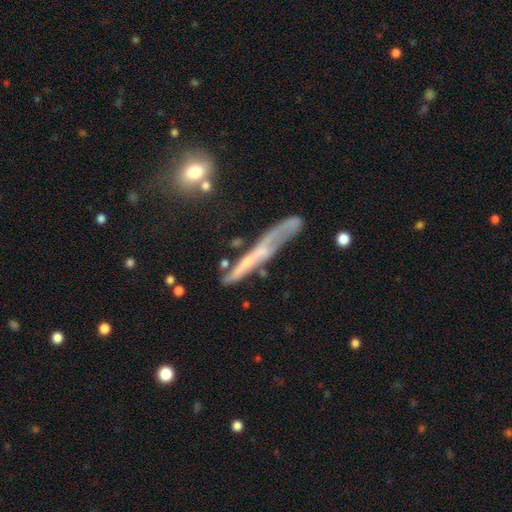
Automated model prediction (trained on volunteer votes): A featured or disk galaxy (58%) viewed edge-on (73%).

Vote fractions:
- Smooth or featured? featured or disk: 58% / smooth: 32% / star or artifact: 10%
- Edge-on disk? yes: 73% / no: 27%
- Merging? none: 50% / minor disturbance: 24% / major disturbance: 17% / merger: 9%